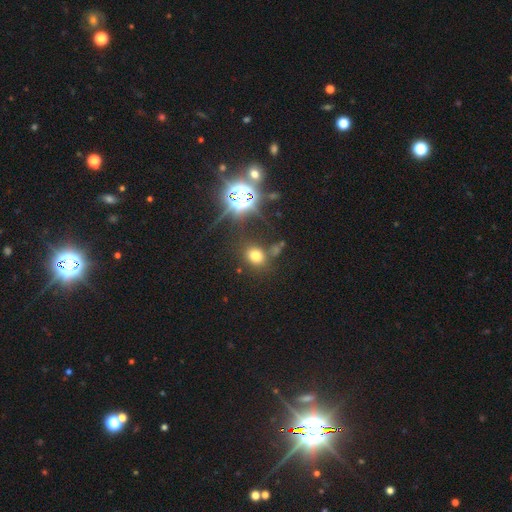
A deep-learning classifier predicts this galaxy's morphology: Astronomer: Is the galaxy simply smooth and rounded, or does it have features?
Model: smooth — 66%.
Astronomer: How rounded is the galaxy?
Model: round — 55% (runner-up: in between, 44%).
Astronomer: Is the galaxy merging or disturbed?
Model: none — 77%.